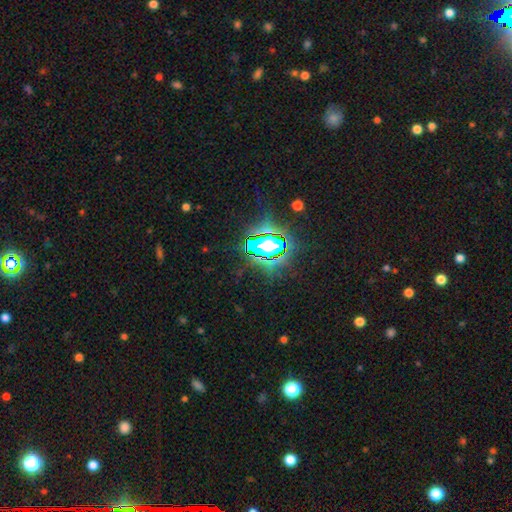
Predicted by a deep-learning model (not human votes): smooth-or-featured: star or artifact: 76% | smooth: 13% | featured or disk: 11%